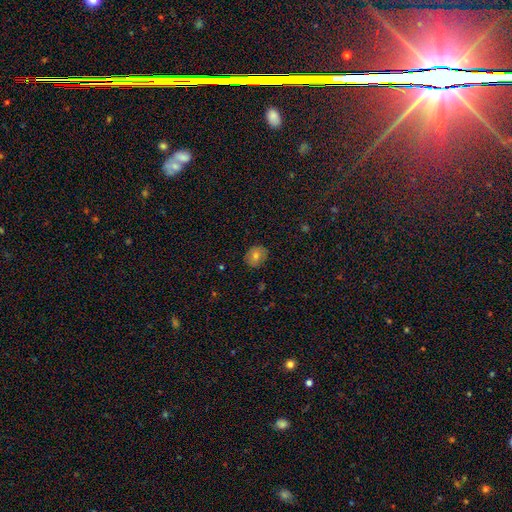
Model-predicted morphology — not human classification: Smooth or featured? smooth (70%)
How rounded? round (69%)
Merging? none (83%)